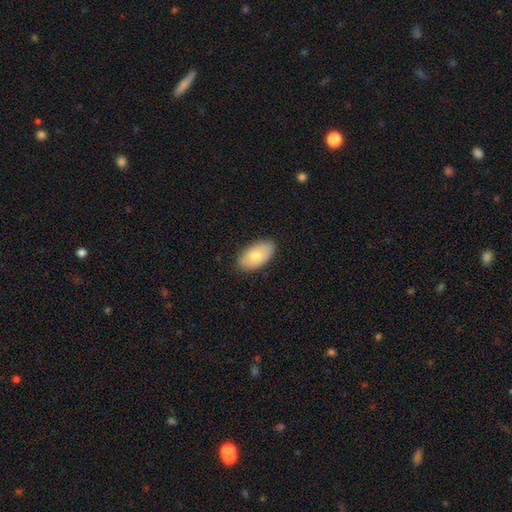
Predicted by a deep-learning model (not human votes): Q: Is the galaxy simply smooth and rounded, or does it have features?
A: smooth — 71%.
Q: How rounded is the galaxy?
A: in between — 94%.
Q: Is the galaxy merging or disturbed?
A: none — 86%.